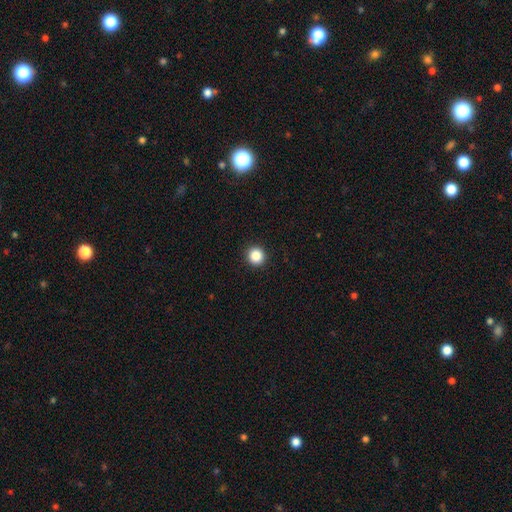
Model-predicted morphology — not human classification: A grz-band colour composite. It shows a smooth galaxy with no disk features (87%) that is round (95%). Merging: none (93%).